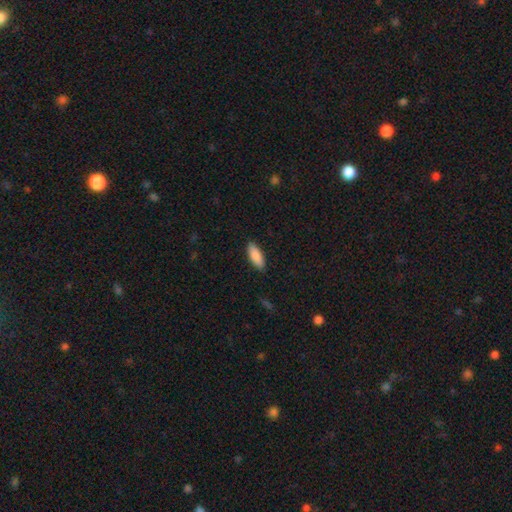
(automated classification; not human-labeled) The model was most divided on "how rounded": in between: 71%, cigar-shaped: 27%, round: 2%. More confident: merging — none (89%); smooth or featured — smooth (89%).